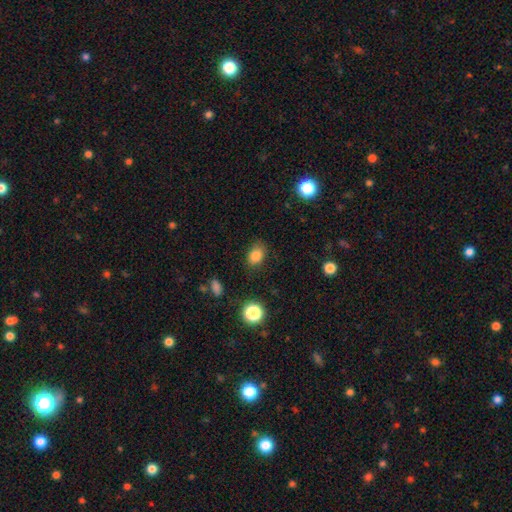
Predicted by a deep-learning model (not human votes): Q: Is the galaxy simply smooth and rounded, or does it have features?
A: smooth — 83%.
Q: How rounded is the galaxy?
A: in between — 70%.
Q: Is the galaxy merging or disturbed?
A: none — 79%.